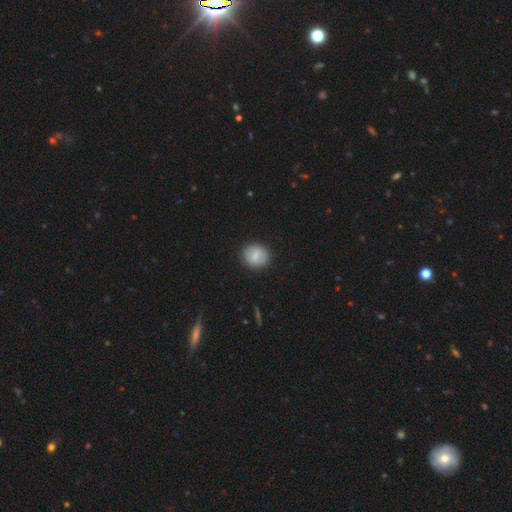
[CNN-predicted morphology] type=smooth (70%); roundness=round (71%); merging=none (88%).